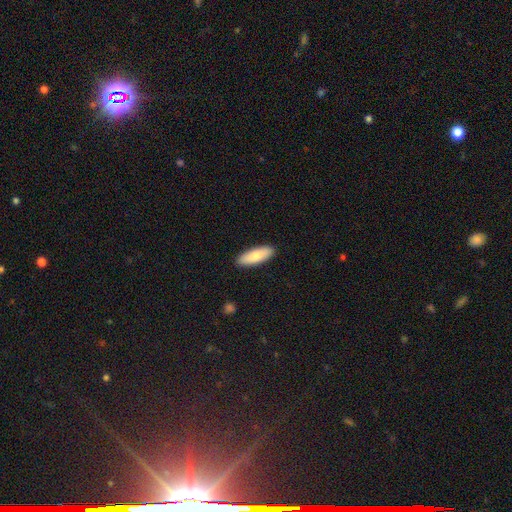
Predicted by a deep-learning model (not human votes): Overall: smooth (81%). How rounded: in between (64%; cigar-shaped 34%). Merging: none (90%).